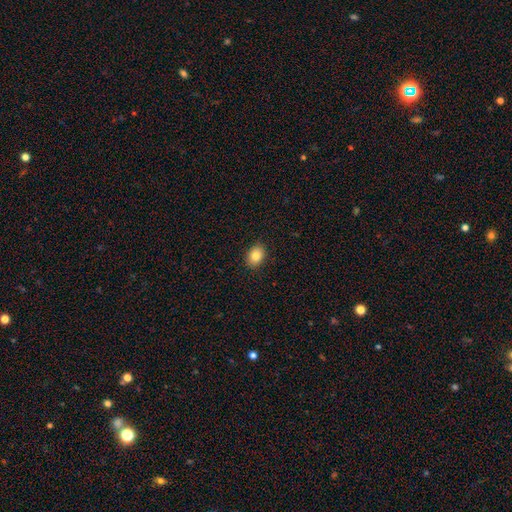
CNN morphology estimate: A smooth galaxy with no disk features (84%) that is in between round and cigar-shaped (73%). Merging: none (89%).